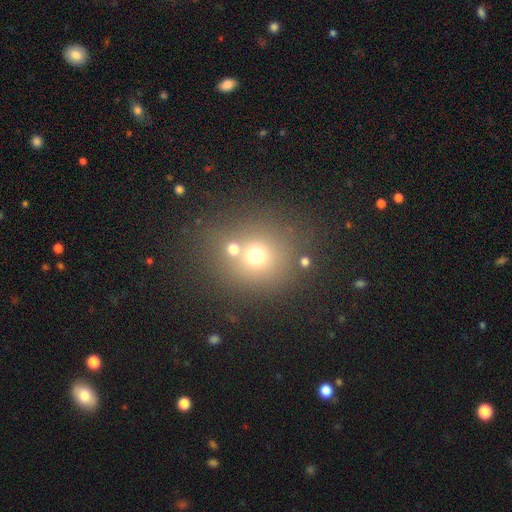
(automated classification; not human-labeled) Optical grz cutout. It shows a smooth galaxy with no disk features (66%) that is round (88%). Merging: none (63%).